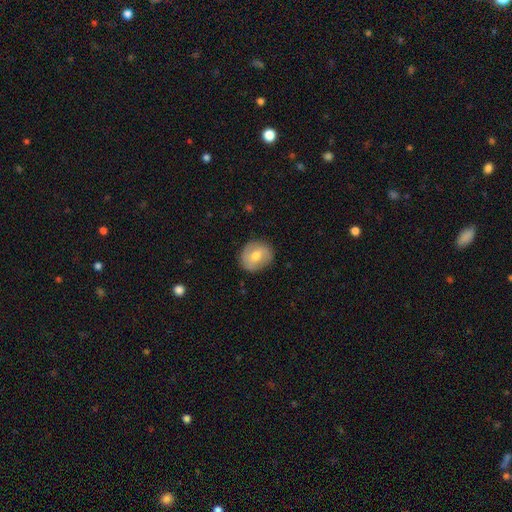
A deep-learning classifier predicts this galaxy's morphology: Smooth or featured?
  - smooth: 60% *
  - featured or disk: 33%
  - star or artifact: 7%
How rounded?
  - round: 76% *
  - in between: 23%
  - cigar-shaped: 1%
Merging?
  - none: 84% *
  - minor disturbance: 12%
  - major disturbance: 3%
  - merger: 1%